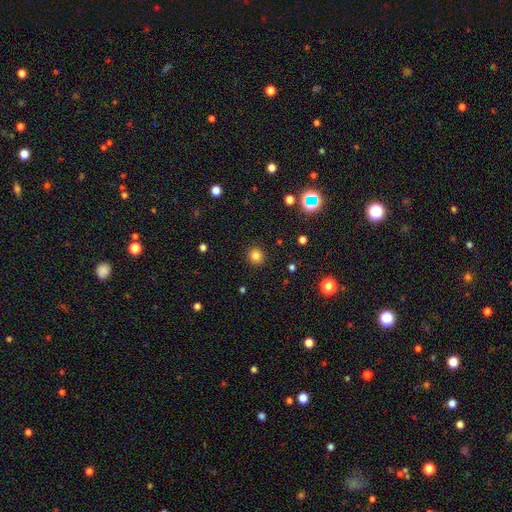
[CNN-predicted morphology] Smooth or featured?
  - smooth: 81% *
  - star or artifact: 14%
  - featured or disk: 5%
How rounded?
  - round: 87% *
  - in between: 12%
  - cigar-shaped: 1%
Merging?
  - none: 91% *
  - minor disturbance: 6%
  - major disturbance: 2%
  - merger: 1%